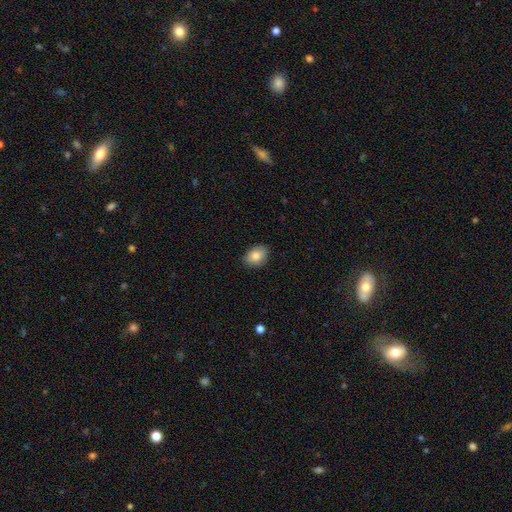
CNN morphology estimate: type=smooth (84%); roundness=in between (72%); merging=none (84%).